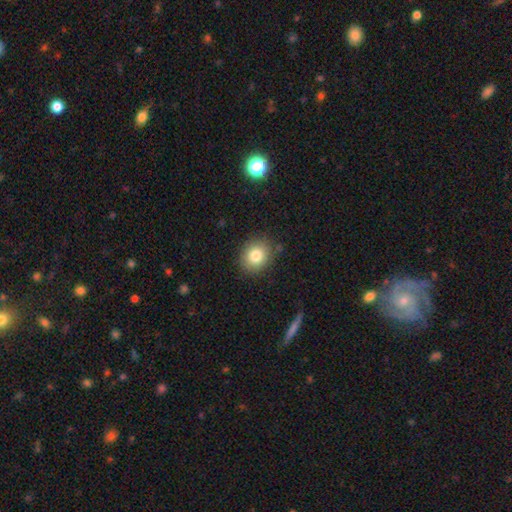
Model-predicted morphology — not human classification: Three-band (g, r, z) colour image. It shows a smooth galaxy with no disk features (81%) that is round (68%). Merging: none (85%).